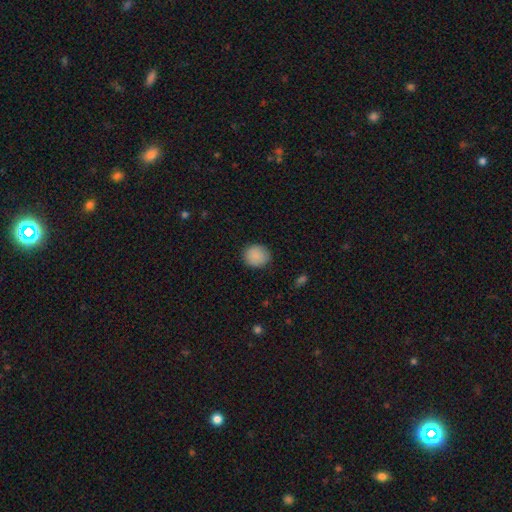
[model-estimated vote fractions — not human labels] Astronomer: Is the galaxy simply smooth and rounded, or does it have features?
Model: smooth — 89%.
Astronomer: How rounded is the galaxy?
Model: round — 84%.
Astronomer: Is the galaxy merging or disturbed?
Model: none — 87%.